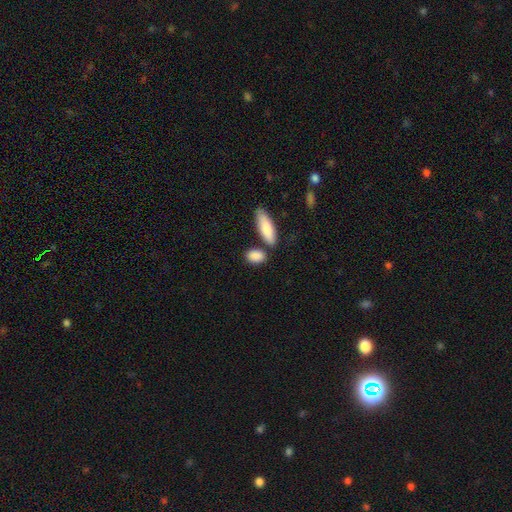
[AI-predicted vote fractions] Morphology: type=smooth (88%); roundness=in between (80%); merging=none (67%).